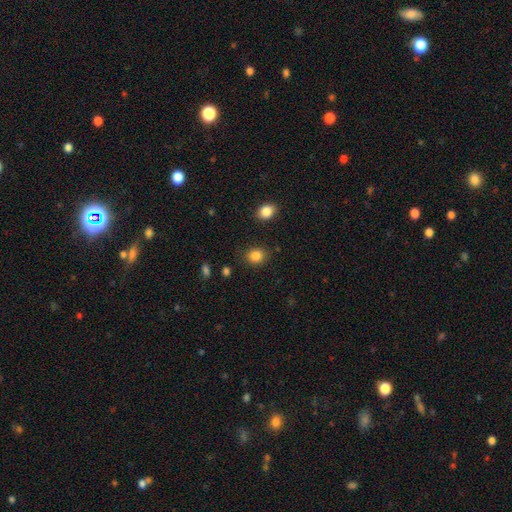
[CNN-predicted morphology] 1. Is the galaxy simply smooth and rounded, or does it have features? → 85% smooth, 10% star or artifact, 5% featured or disk.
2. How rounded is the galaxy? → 66% round, 33% in between, 1% cigar-shaped.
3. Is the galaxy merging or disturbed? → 84% none, 11% minor disturbance, 3% major disturbance, 2% merger.